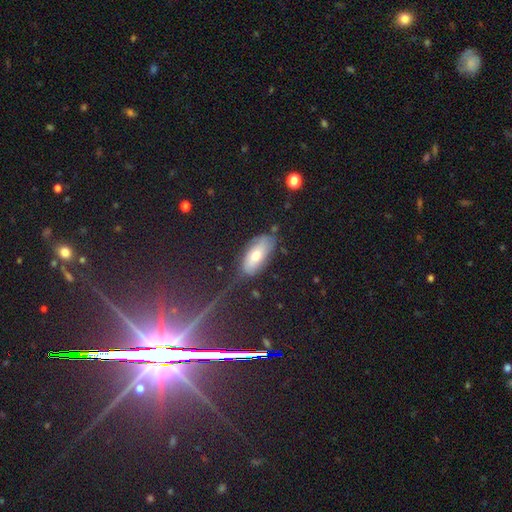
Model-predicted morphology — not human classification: Smooth or featured? Predicted: smooth (p=0.52). How rounded? Predicted: in between (p=0.84). Merging? Predicted: none (p=0.73).